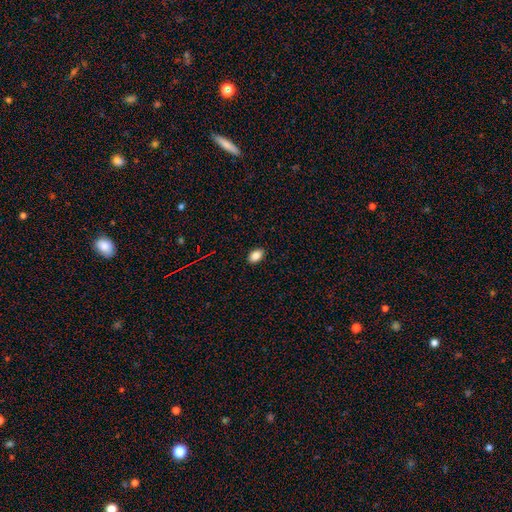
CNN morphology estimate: smooth 87%, star or artifact 9%, featured or disk 4%. Down the decision tree: how rounded — in between (87%); merging — none (89%).